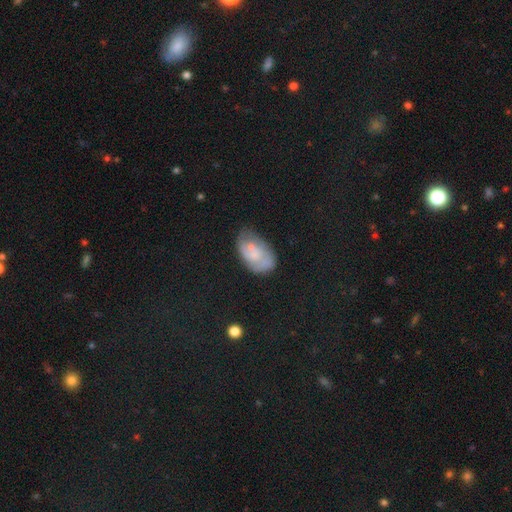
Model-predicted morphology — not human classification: Smooth or featured? Predicted: smooth (p=0.46). Merging? Predicted: none (p=0.45).